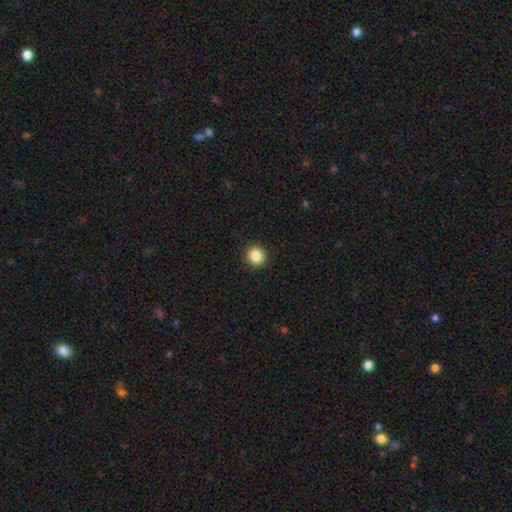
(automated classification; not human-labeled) A smooth galaxy with no disk features (86%) that is round (91%).

Vote fractions:
- Smooth or featured? smooth: 86% / star or artifact: 10% / featured or disk: 4%
- How rounded? round: 91% / in between: 8% / cigar-shaped: 1%
- Merging? none: 93% / minor disturbance: 5% / major disturbance: 2% / merger: 1%